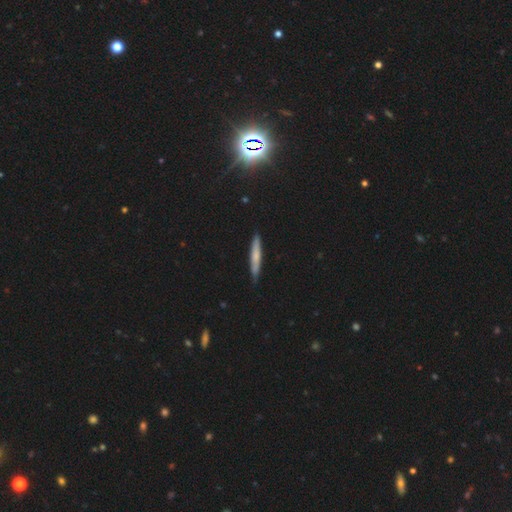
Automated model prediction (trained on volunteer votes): Smooth or featured?
  - smooth: 64% *
  - featured or disk: 30%
  - star or artifact: 6%
How rounded?
  - cigar-shaped: 94% *
  - in between: 5%
  - round: 1%
Merging?
  - none: 86% *
  - minor disturbance: 11%
  - major disturbance: 2%
  - merger: 1%